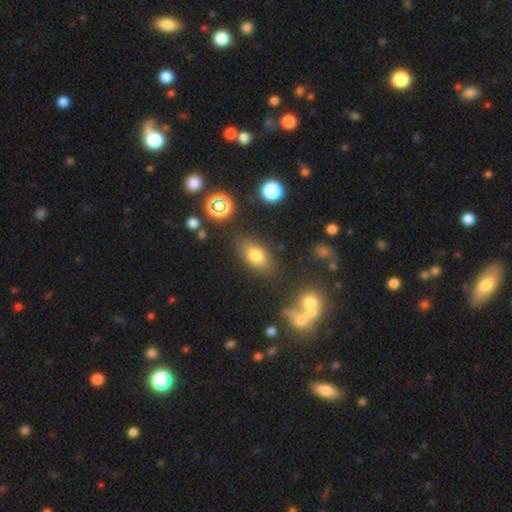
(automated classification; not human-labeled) Overall: smooth (75%). How rounded: in between (83%). Merging: none (80%).